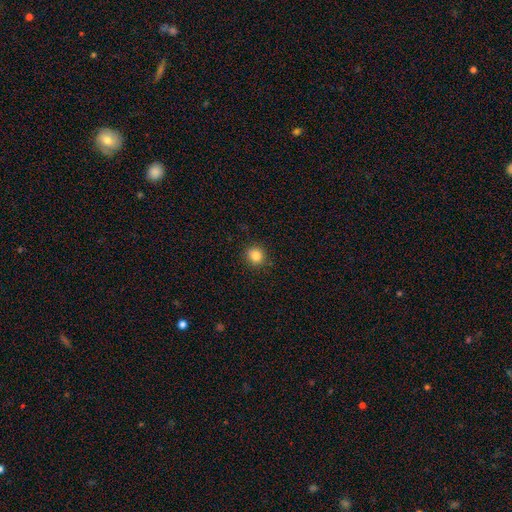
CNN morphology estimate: Overall: smooth (85%). How rounded: round (86%). Merging: none (89%).